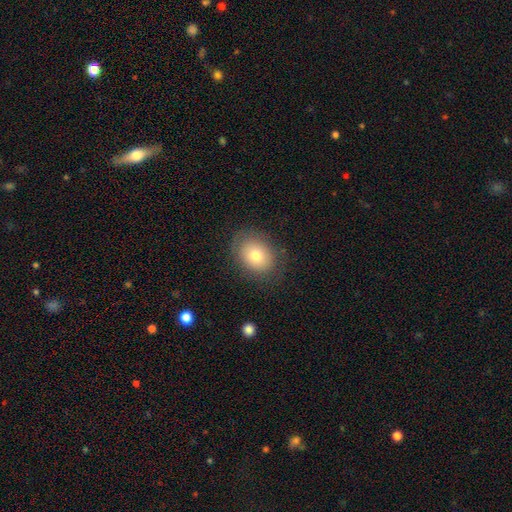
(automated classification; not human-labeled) smooth-or-featured: smooth: 74% | featured or disk: 17% | star or artifact: 9%
  how-rounded: in between: 61% | round: 38% | cigar-shaped: 1%
  merging: none: 80% | minor disturbance: 14% | major disturbance: 5% | merger: 1%